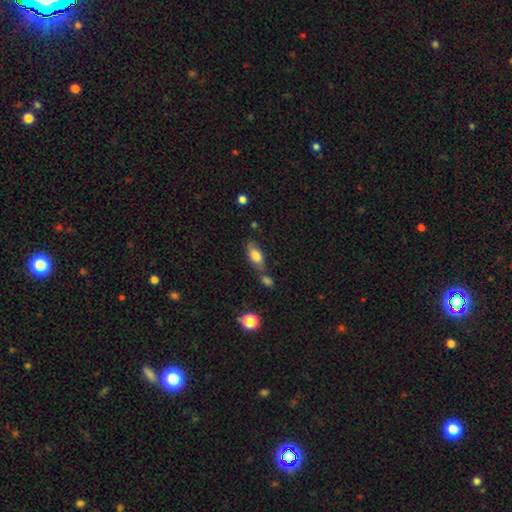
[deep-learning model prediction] Smooth or featured?
  - smooth: 76% *
  - featured or disk: 16%
  - star or artifact: 8%
How rounded?
  - in between: 85% *
  - cigar-shaped: 11%
  - round: 4%
Merging?
  - none: 55% *
  - merger: 21%
  - minor disturbance: 18%
  - major disturbance: 6%